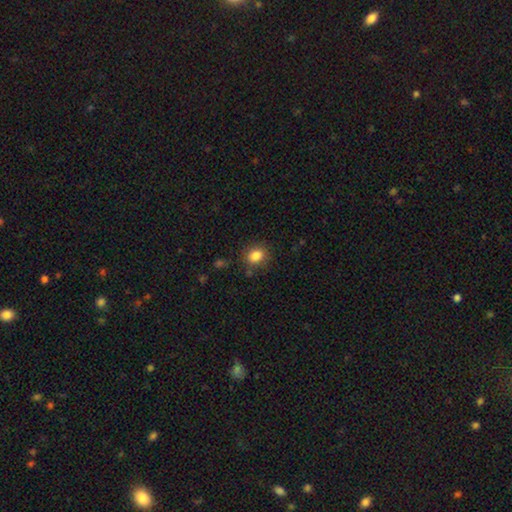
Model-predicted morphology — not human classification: Smooth or featured? smooth (85%)
How rounded? round (54%)
Merging? none (82%)